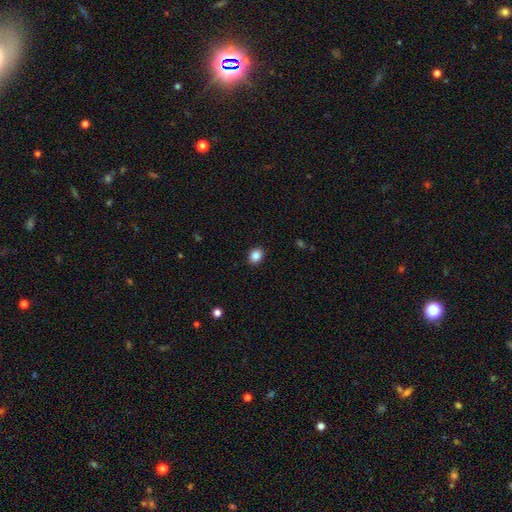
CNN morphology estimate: Overall: smooth (85%). How rounded: round (56%; in between 43%). Merging: none (91%).